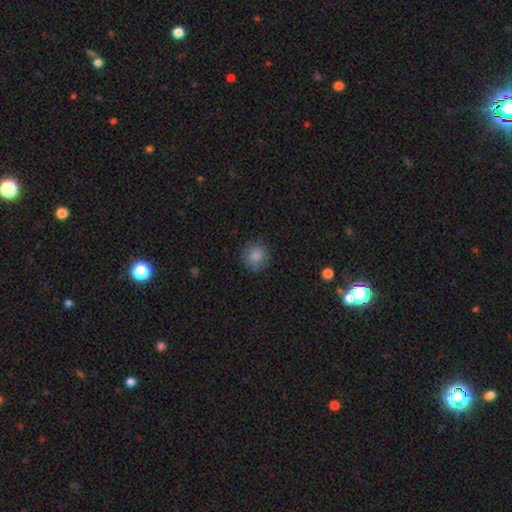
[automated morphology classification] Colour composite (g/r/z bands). It shows a smooth galaxy with no disk features (85%) that is round (92%). Merging: none (84%).